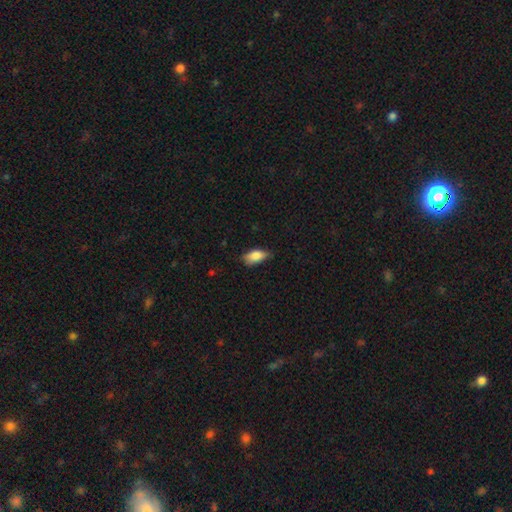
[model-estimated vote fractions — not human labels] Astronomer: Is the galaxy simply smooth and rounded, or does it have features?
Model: smooth — 83%.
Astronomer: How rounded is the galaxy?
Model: in between — 87%.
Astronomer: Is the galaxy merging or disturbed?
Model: none — 68%.